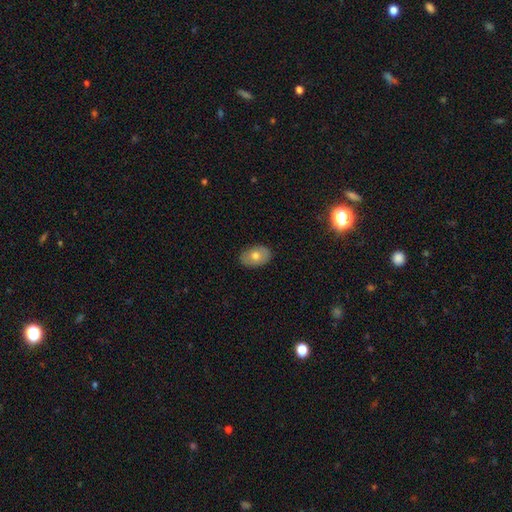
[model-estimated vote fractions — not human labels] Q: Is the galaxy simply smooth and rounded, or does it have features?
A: smooth — 70%.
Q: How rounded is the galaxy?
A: in between — 84%.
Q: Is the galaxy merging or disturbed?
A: none — 88%.